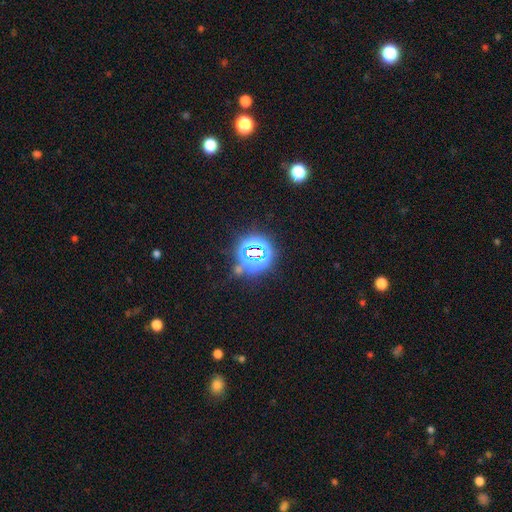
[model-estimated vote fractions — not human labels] Smooth or featured? Predicted: star or artifact (p=0.74).